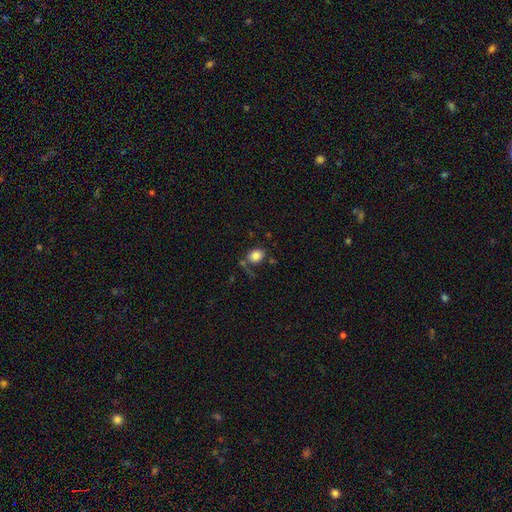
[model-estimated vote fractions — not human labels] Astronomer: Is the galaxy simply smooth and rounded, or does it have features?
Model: smooth — 82%.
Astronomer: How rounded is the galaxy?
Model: in between — 55% (runner-up: round, 43%).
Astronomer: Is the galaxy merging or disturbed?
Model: none — 62%.